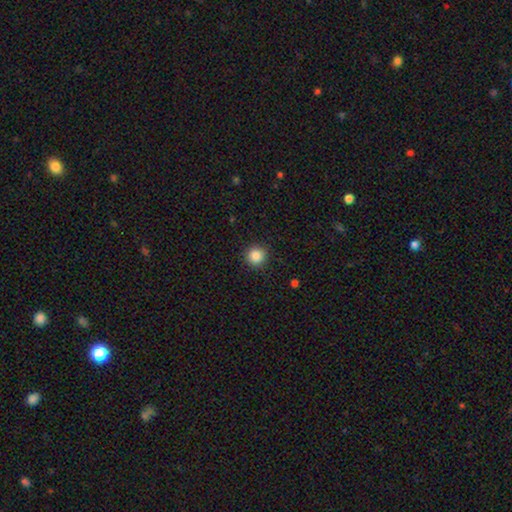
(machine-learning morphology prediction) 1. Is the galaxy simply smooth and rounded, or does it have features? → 86% smooth, 10% star or artifact, 4% featured or disk.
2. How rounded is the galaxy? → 94% round, 5% in between, 1% cigar-shaped.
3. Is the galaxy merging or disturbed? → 91% none, 6% minor disturbance, 2% major disturbance, 1% merger.